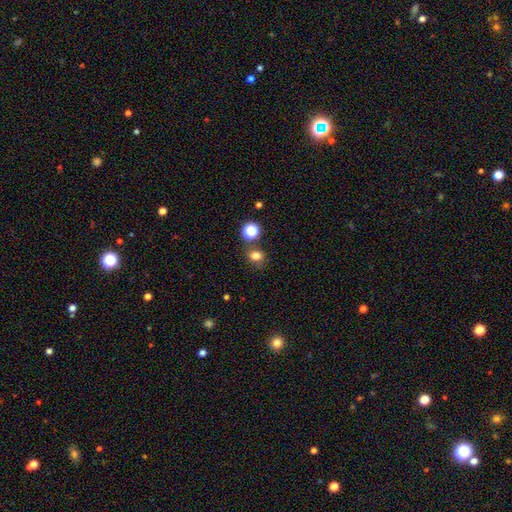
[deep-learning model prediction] Overall: smooth (77%). How rounded: round (63%; in between 36%). Merging: none (74%).